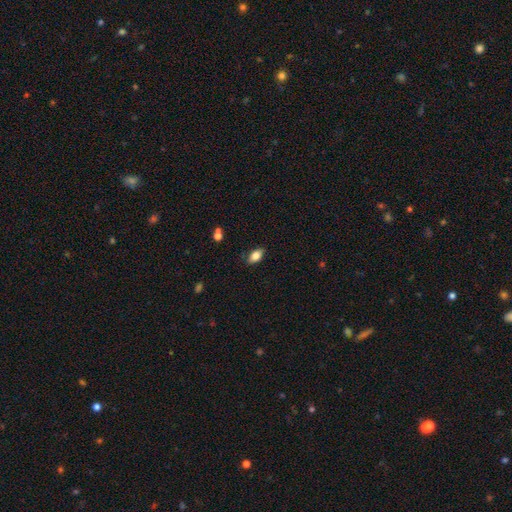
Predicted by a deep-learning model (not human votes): Morphology: type=smooth (80%); roundness=in between (90%); merging=none (84%).